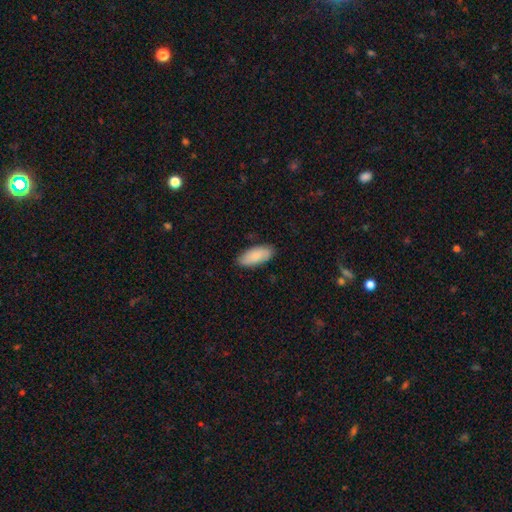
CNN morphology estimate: This appears to be a smooth galaxy with no disk features (87%) that is in between round and cigar-shaped (85%). Merging: none (86%).